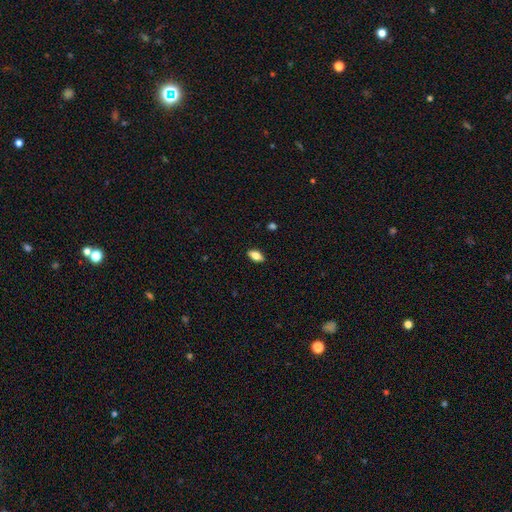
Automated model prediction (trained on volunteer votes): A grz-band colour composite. It shows a smooth galaxy with no disk features (80%) that is in between round and cigar-shaped (89%). Merging: none (89%).